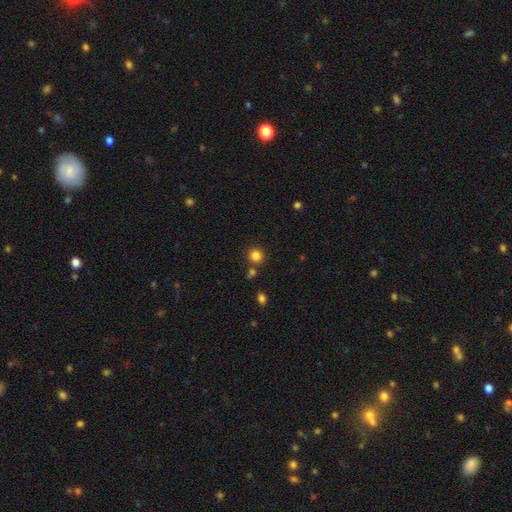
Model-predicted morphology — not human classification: The model was most divided on "merging": none: 80%, merger: 9%, minor disturbance: 8%, major disturbance: 3%. More confident: how rounded — round (90%); smooth or featured — smooth (83%).